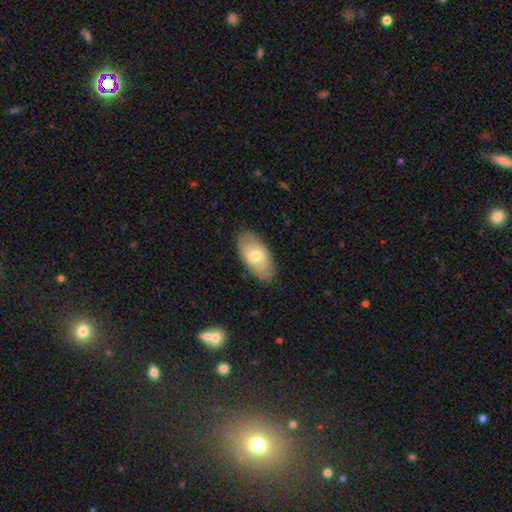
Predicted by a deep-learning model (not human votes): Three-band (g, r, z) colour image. It shows a smooth galaxy with no disk features (59%) that is in between round and cigar-shaped (93%). Merging: none (83%).